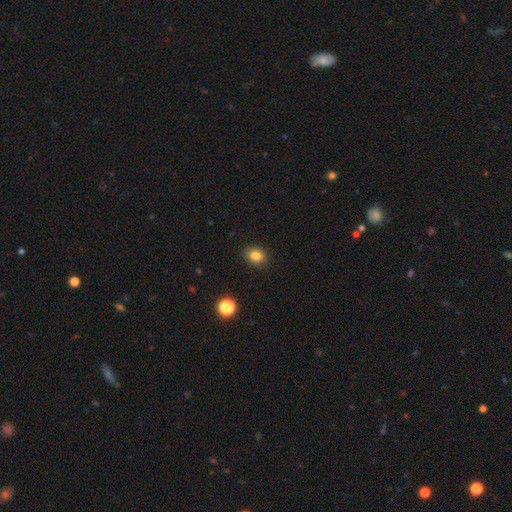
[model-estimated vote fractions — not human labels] Smooth or featured? smooth (84%)
How rounded? in between (55%)
Merging? none (89%)